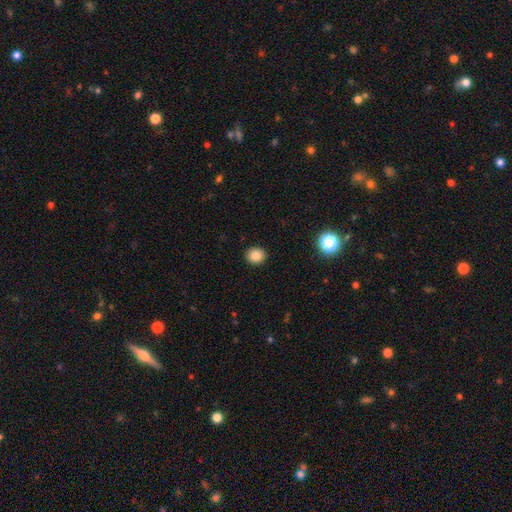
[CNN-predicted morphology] The model was most divided on "how rounded": round: 78%, in between: 21%, cigar-shaped: 1%. More confident: merging — none (92%); smooth or featured — smooth (83%).